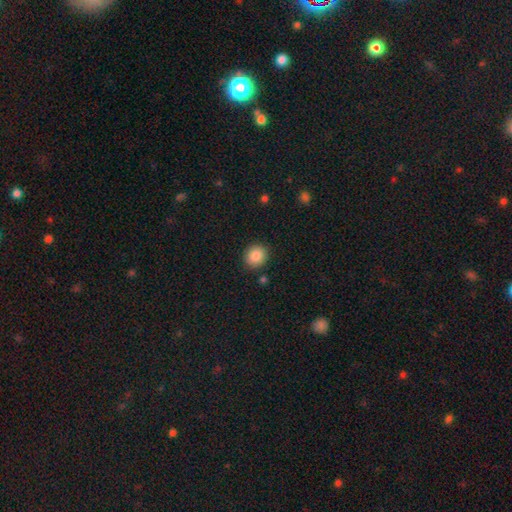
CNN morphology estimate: A smooth galaxy with no disk features (87%) that is round (81%).

Vote fractions:
- Smooth or featured? smooth: 87% / star or artifact: 9% / featured or disk: 4%
- How rounded? round: 81% / in between: 18% / cigar-shaped: 1%
- Merging? none: 88% / minor disturbance: 8% / major disturbance: 2% / merger: 2%